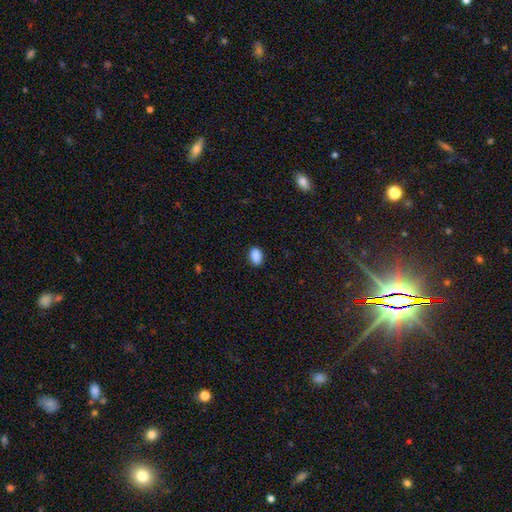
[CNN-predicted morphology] This appears to be a smooth galaxy with no disk features (89%) that is in between round and cigar-shaped (85%). Merging: none (88%).